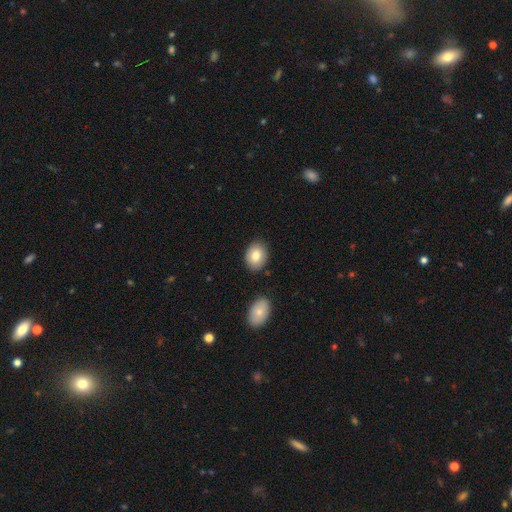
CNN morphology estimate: smooth-or-featured: smooth: 81% | featured or disk: 11% | star or artifact: 7%
  how-rounded: in between: 66% | round: 33% | cigar-shaped: 1%
  merging: none: 83% | minor disturbance: 10% | merger: 4% | major disturbance: 2%